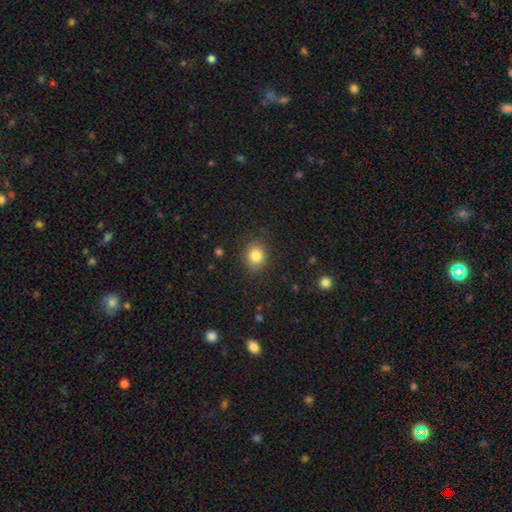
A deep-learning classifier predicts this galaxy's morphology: smooth 83%, star or artifact 11%, featured or disk 6%. Down the decision tree: how rounded — round (70%); merging — none (84%).